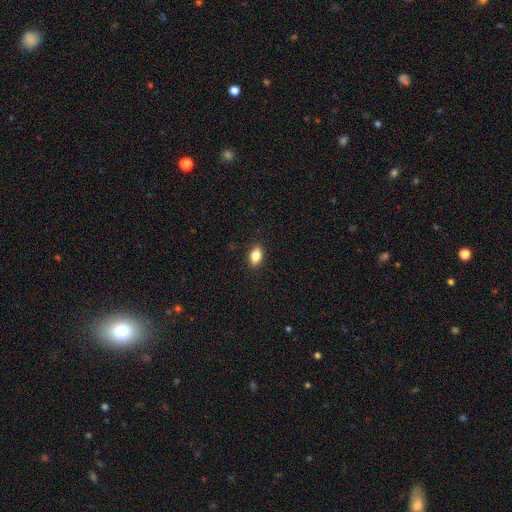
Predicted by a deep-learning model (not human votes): Smooth or featured? smooth (84%)
How rounded? in between (87%)
Merging? none (89%)